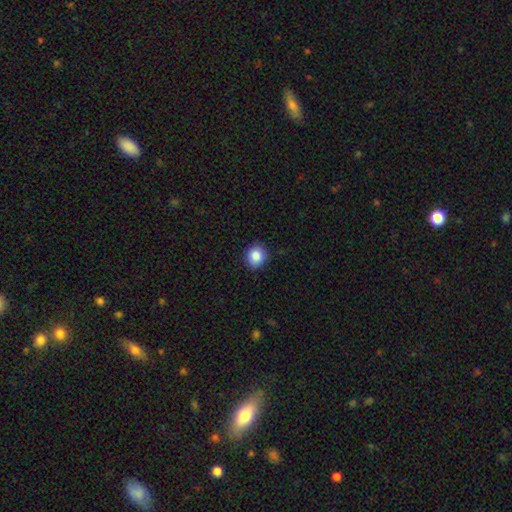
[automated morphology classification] Q: Smooth or featured?
A: smooth (86%); runner-up: star or artifact (9%)
Q: How rounded?
A: round (79%); runner-up: in between (20%)
Q: Merging?
A: none (90%); runner-up: minor disturbance (7%)